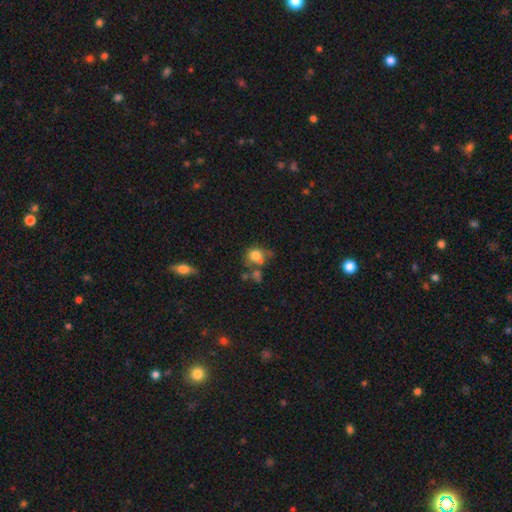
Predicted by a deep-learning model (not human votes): Smooth or featured? Predicted: smooth (p=0.74). How rounded? Predicted: round (p=0.67). Merging? Predicted: none (p=0.38).